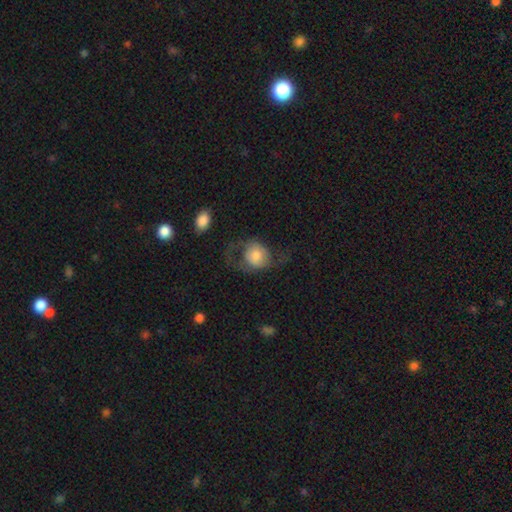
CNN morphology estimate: smooth_or_featured: smooth (p=0.56) [alt: featured or disk p=0.37]
how_rounded: round (p=0.69) [alt: in between p=0.30]
merging: none (p=0.39) [alt: major disturbance p=0.38]